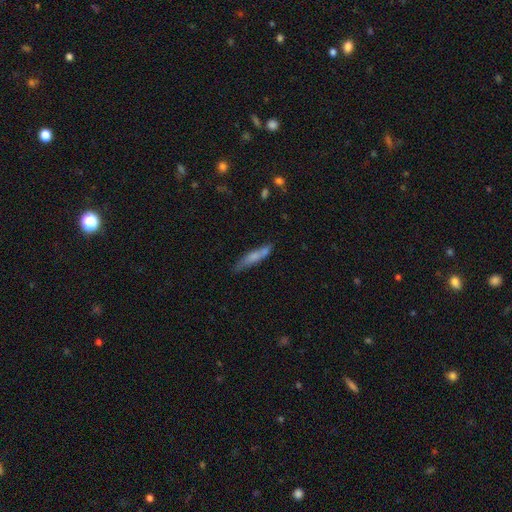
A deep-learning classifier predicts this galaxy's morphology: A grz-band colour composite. It shows a smooth galaxy with no disk features (63%) that is cigar-shaped (85%). Merging: none (64%).